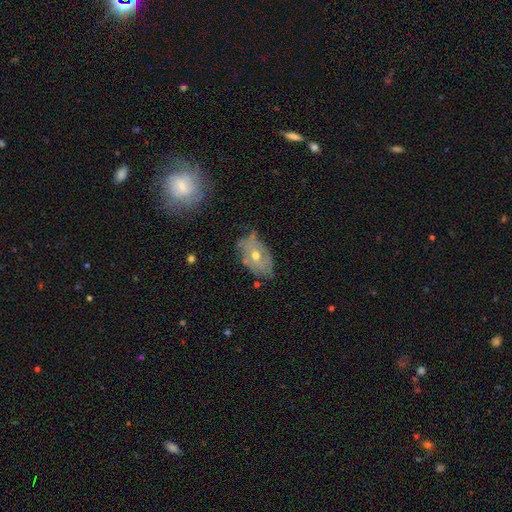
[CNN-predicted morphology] featured or disk 60%, smooth 31%, star or artifact 9%. Down the decision tree: edge-on disk — no (91%); bar — no (82%); spiral arms — no (57%); bulge size — moderate (69%); merging — none (60%).